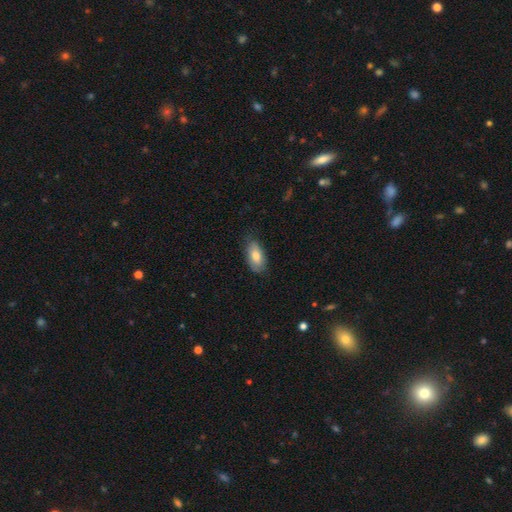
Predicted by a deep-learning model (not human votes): smooth 76%, featured or disk 17%, star or artifact 6%. Down the decision tree: how rounded — in between (91%); merging — none (74%).